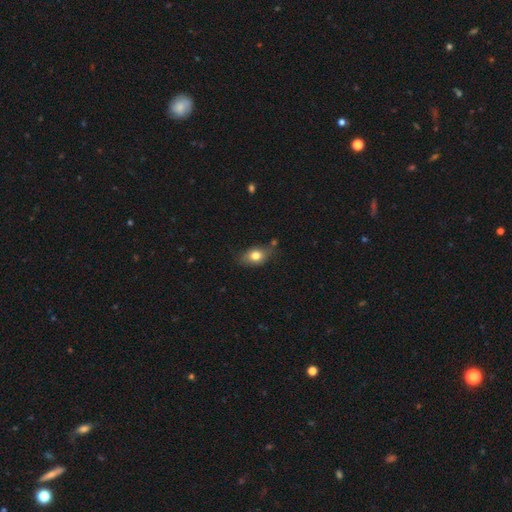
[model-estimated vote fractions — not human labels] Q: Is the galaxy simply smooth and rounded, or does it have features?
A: smooth — 77%.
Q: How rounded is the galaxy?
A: in between — 75%.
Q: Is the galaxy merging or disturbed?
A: none — 68%.